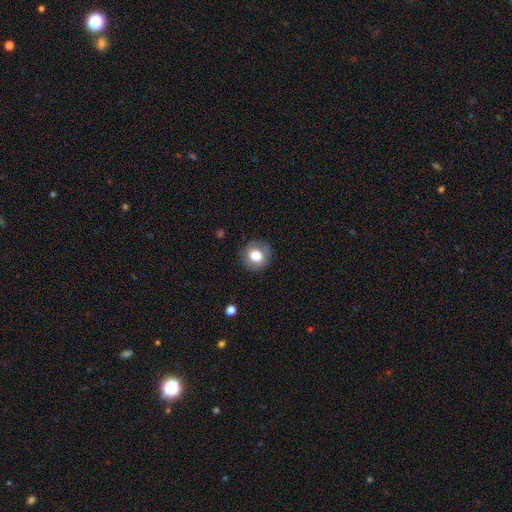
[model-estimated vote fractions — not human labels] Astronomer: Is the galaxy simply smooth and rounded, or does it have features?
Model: smooth — 76%.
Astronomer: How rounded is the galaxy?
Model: round — 90%.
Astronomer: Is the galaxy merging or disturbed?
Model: none — 86%.